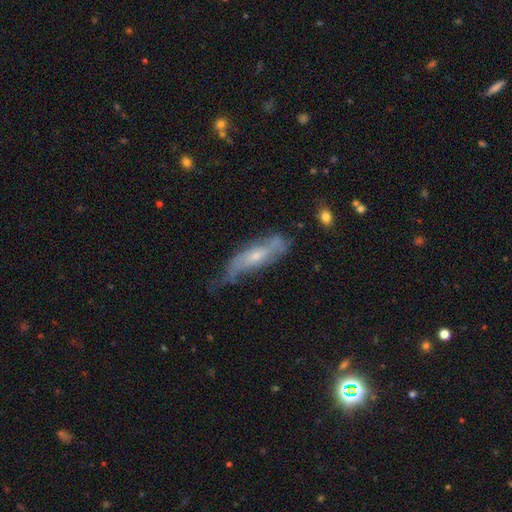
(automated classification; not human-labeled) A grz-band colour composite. It shows a featured or disk galaxy (60%). Merging: none (47%).